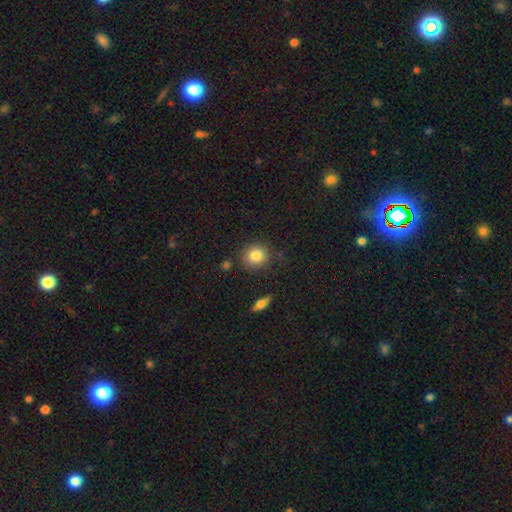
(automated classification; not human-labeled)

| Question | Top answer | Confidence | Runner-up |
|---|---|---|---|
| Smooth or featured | smooth | 83% | star or artifact (9%) |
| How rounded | round | 79% | in between (19%) |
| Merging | none | 82% | minor disturbance (11%) |